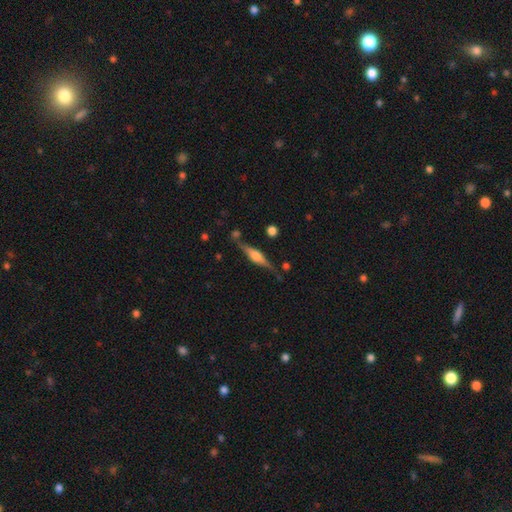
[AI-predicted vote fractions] Smooth or featured: featured or disk — 71% (smooth — 22%)
Edge-on disk: yes — 96% (no — 4%)
Edge-on bulge: rounded — 76% (boxy — 20%)
Merging: none — 78% (minor disturbance — 14%)